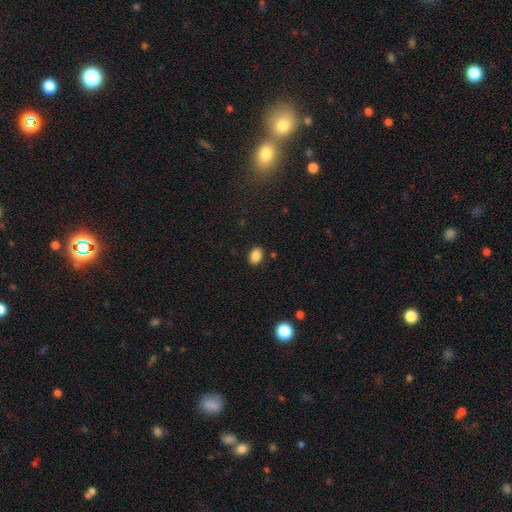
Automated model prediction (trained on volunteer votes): Morphology: type=smooth (86%); roundness=in between (78%); merging=none (87%).